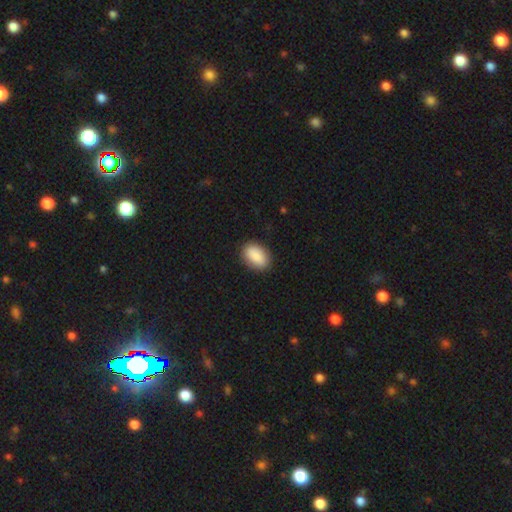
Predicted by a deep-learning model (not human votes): The model was most divided on "merging": none: 87%, minor disturbance: 9%, major disturbance: 2%, merger: 1%. More confident: how rounded — in between (88%); smooth or featured — smooth (87%).